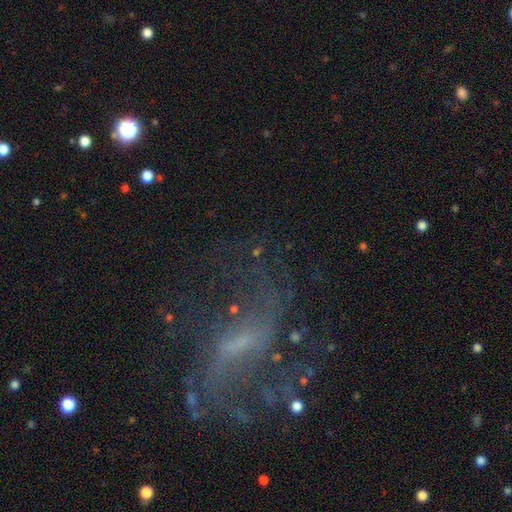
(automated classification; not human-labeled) Overall: featured or disk (70%). Edge-on disk: no (93%). Bar: weak (44%; strong 35%). Spiral arms: yes (75%). Bulge size: small (40%; none 35%). Merging: none (54%; major disturbance 26%).